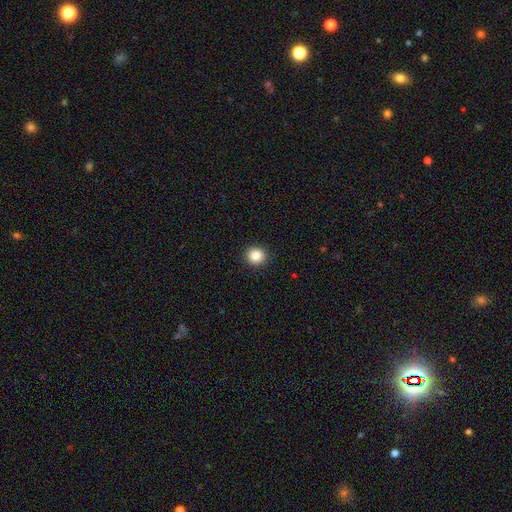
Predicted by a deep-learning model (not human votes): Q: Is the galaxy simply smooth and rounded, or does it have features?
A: smooth — 86%.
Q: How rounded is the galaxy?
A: round — 89%.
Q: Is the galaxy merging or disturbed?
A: none — 92%.